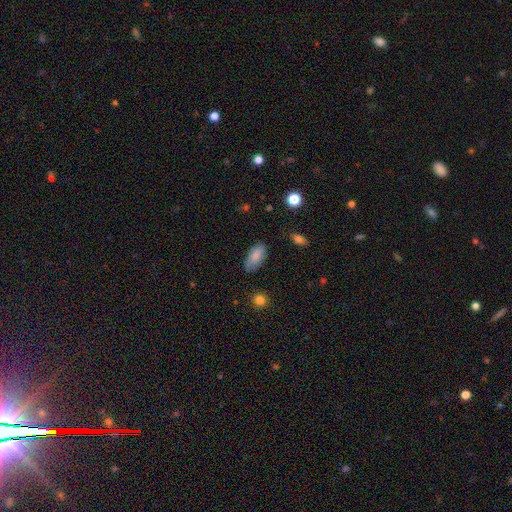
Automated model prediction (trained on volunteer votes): smooth 85%, featured or disk 8%, star or artifact 7%. Down the decision tree: how rounded — in between (91%); merging — none (79%).